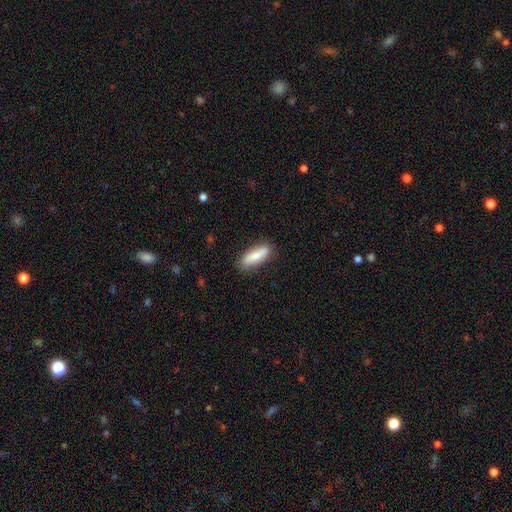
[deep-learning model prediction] This appears to be a smooth galaxy with no disk features (74%) that is in between round and cigar-shaped (54%). Merging: none (84%).